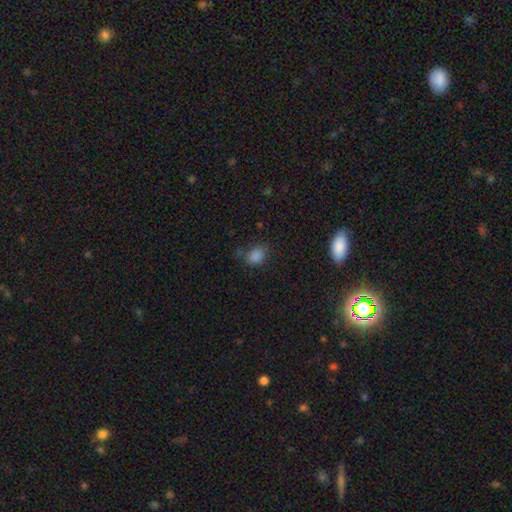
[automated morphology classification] This is clearly a smooth galaxy (81%). How rounded: possibly in between (56%). Merging: likely none (68%).